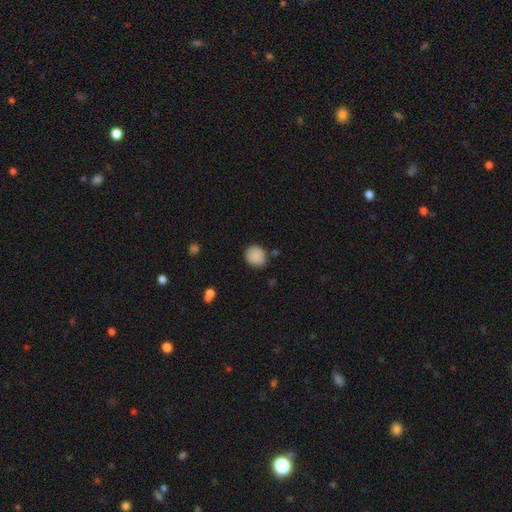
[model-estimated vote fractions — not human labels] smooth-or-featured: smooth: 87% | star or artifact: 8% | featured or disk: 5%
  how-rounded: round: 79% | in between: 21% | cigar-shaped: 1%
  merging: none: 75% | minor disturbance: 18% | merger: 4% | major disturbance: 4%